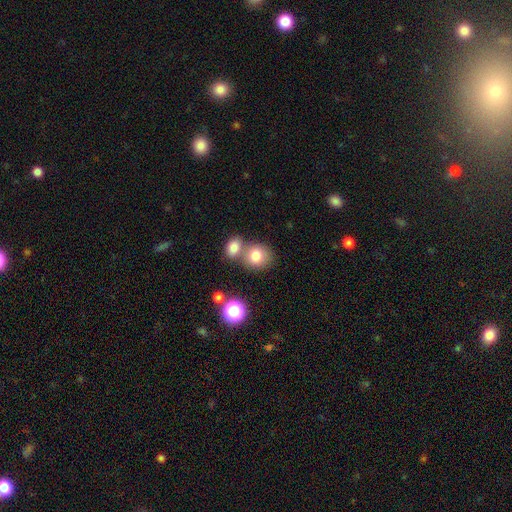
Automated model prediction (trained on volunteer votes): Smooth or featured? smooth (79%)
How rounded? round (73%)
Merging? none (51%)